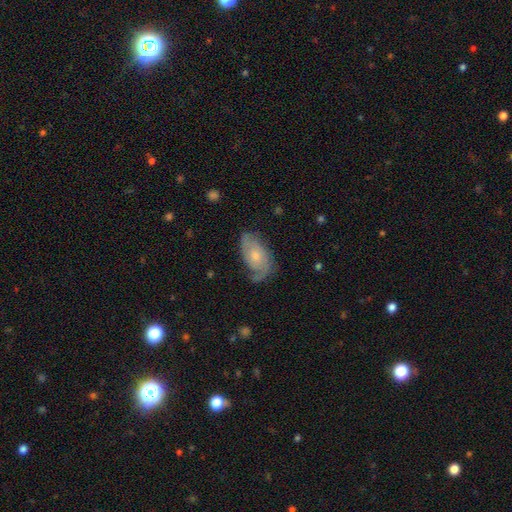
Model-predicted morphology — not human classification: The model was most divided on "bulge size": moderate: 47%, small: 45%, large: 4%, none: 3%, dominant: 1%. Remaining: edge-on disk — no (95%); spiral arms — yes (90%); bar — no (75%); smooth or featured — featured or disk (70%); spiral arm count — 2 (68%); merging — none (65%); spiral winding — medium (39%).